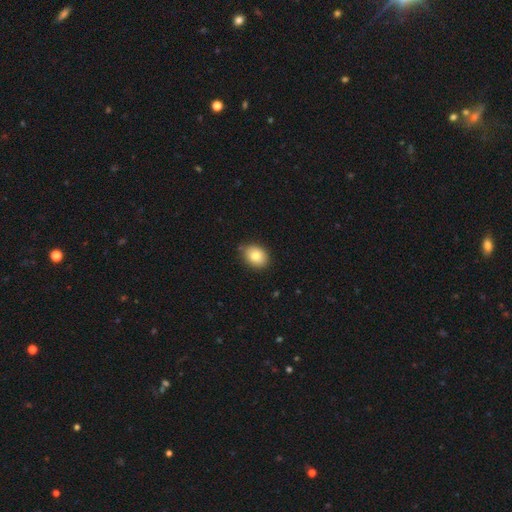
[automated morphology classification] smooth 80%, featured or disk 11%, star or artifact 9%. Down the decision tree: how rounded — in between (54%); merging — none (78%).